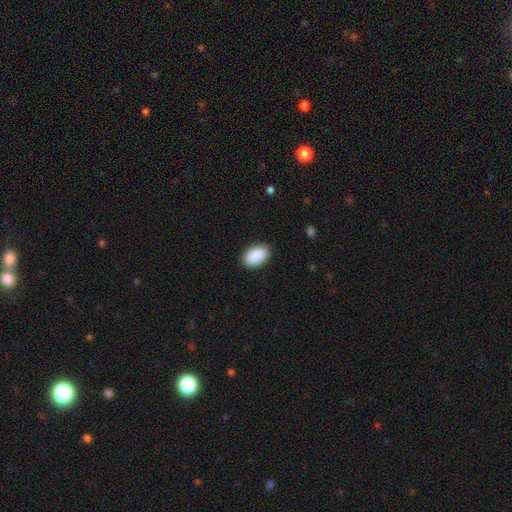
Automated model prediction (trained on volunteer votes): smooth 89%, star or artifact 6%, featured or disk 5%. Down the decision tree: how rounded — in between (93%); merging — none (88%).